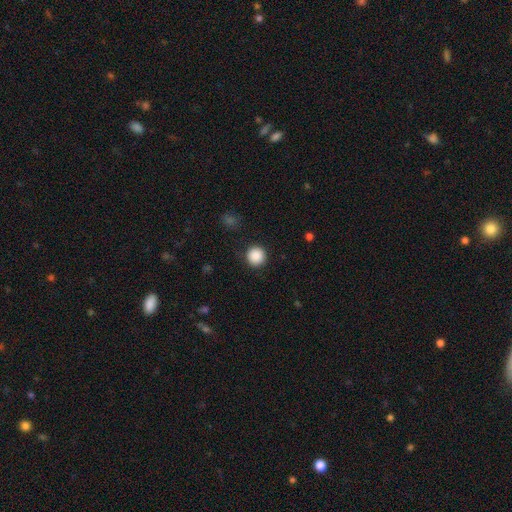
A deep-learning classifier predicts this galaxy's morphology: type=smooth (88%); roundness=round (95%); merging=none (91%).